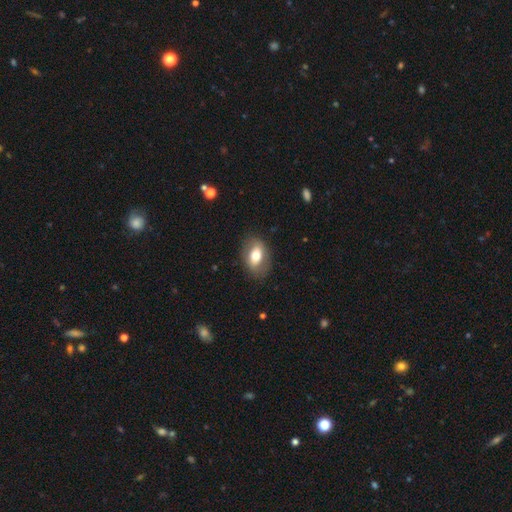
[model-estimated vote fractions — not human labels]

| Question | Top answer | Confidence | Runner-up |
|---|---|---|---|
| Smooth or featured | smooth | 63% | featured or disk (30%) |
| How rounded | in between | 83% | round (16%) |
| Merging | none | 80% | minor disturbance (14%) |